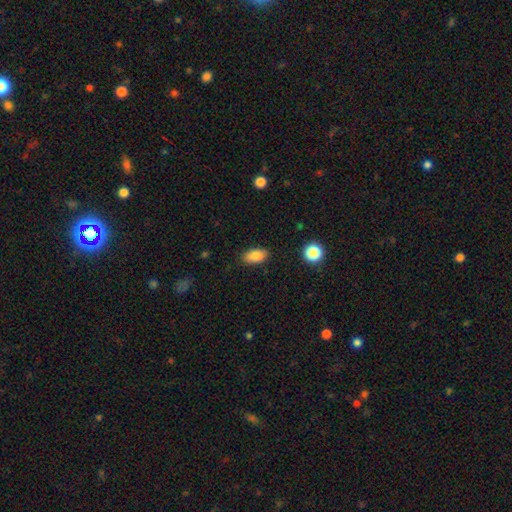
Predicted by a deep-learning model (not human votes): Overall: smooth (85%). How rounded: in between (91%). Merging: none (87%).